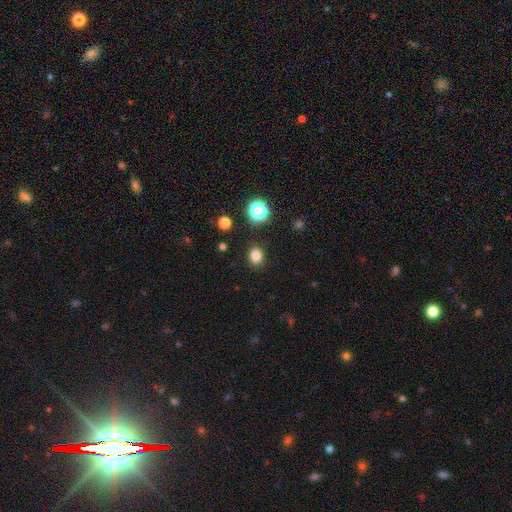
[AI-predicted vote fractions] Smooth or featured: smooth — 81% (star or artifact — 15%)
How rounded: round — 60% (in between — 39%)
Merging: none — 88% (minor disturbance — 8%)